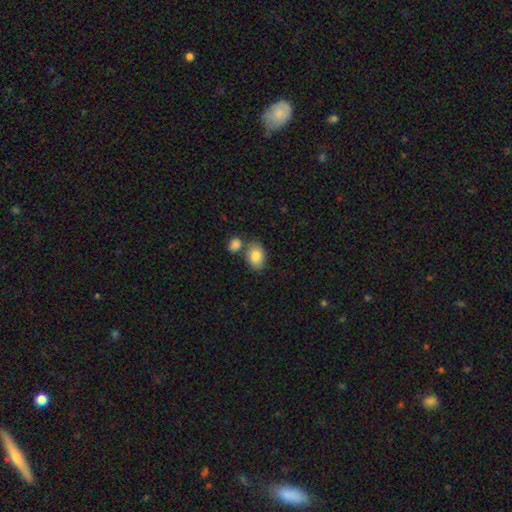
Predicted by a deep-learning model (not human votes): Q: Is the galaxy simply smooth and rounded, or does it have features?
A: smooth — 83%.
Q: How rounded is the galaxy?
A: in between — 80%.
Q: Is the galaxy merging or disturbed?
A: none — 63%.